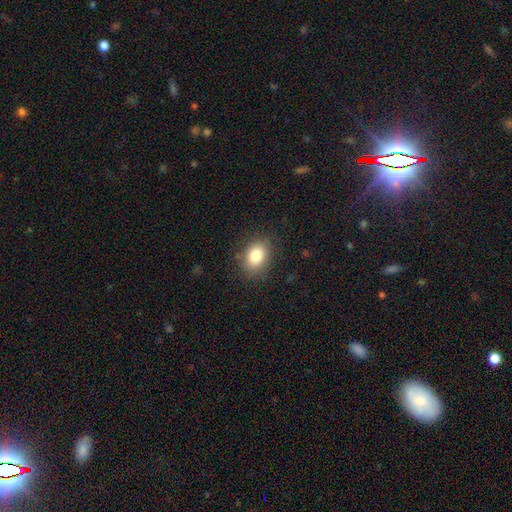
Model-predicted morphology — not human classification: This is clearly a smooth galaxy (84%). How rounded: likely in between (71%). Merging: clearly none (83%).